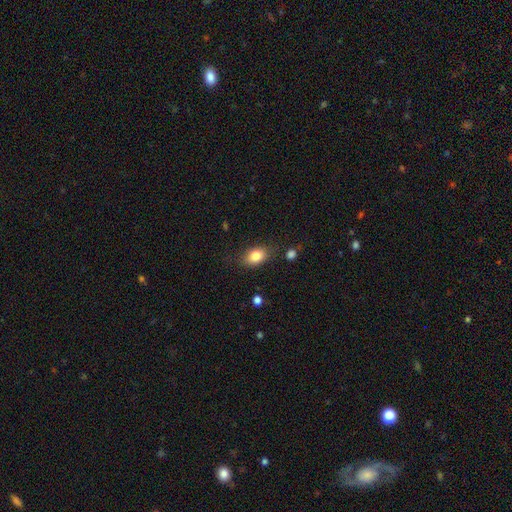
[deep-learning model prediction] The model was most divided on "merging": none: 78%, minor disturbance: 16%, major disturbance: 4%, merger: 2%. More confident: smooth or featured — smooth (83%); how rounded — in between (82%).